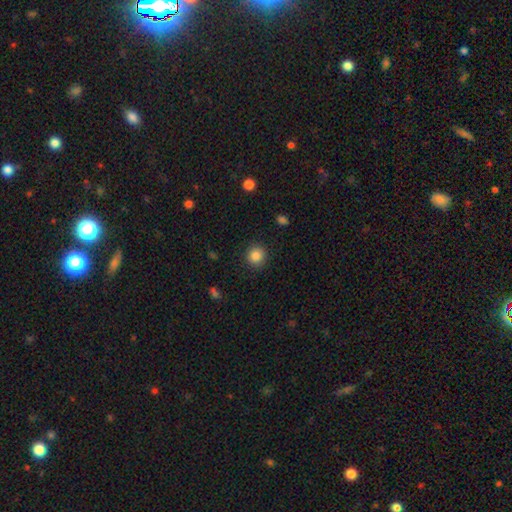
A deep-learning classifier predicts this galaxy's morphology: This is clearly a smooth galaxy (85%). How rounded: clearly round (91%). Merging: clearly none (90%).